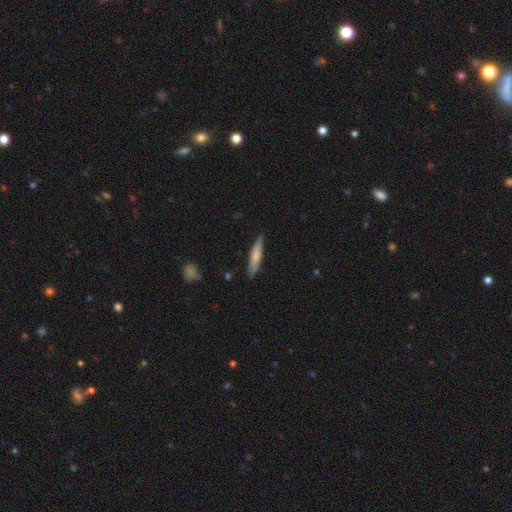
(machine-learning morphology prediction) The model was most divided on "smooth or featured": smooth: 71%, featured or disk: 24%, star or artifact: 5%. More confident: how rounded — cigar-shaped (85%); merging — none (84%).